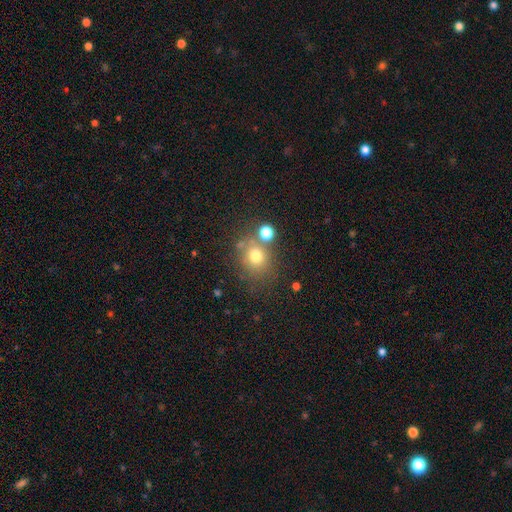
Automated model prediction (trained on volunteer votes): This appears to be a smooth galaxy with no disk features (71%) that is round (76%). Merging: none (64%).